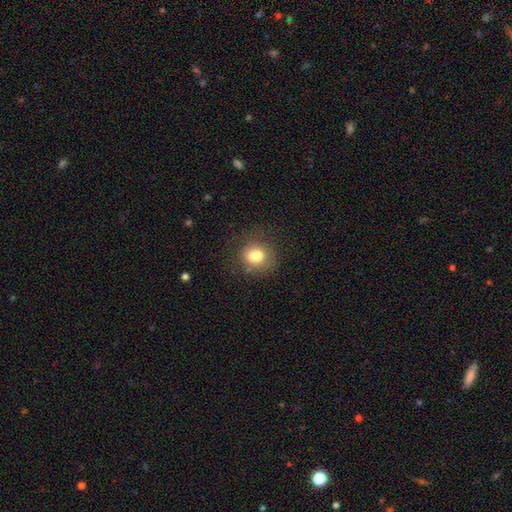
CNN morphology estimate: A smooth galaxy with no disk features (79%) that is round (70%).

Vote fractions:
- Smooth or featured? smooth: 79% / featured or disk: 11% / star or artifact: 10%
- How rounded? round: 70% / in between: 29% / cigar-shaped: 1%
- Merging? none: 69% / minor disturbance: 19% / major disturbance: 10% / merger: 2%